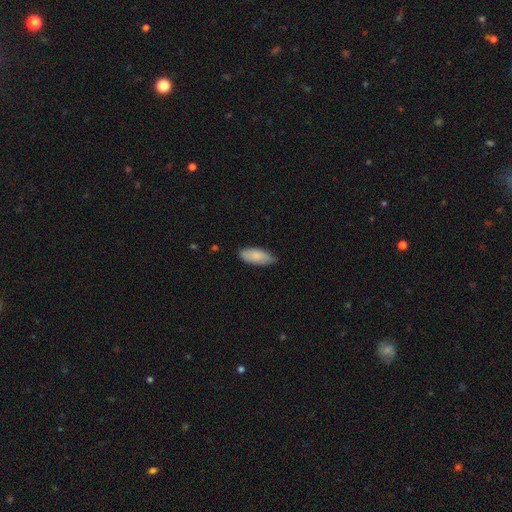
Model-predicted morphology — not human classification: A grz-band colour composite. It shows a smooth galaxy with no disk features (85%) that is in between round and cigar-shaped (85%). Merging: none (77%).